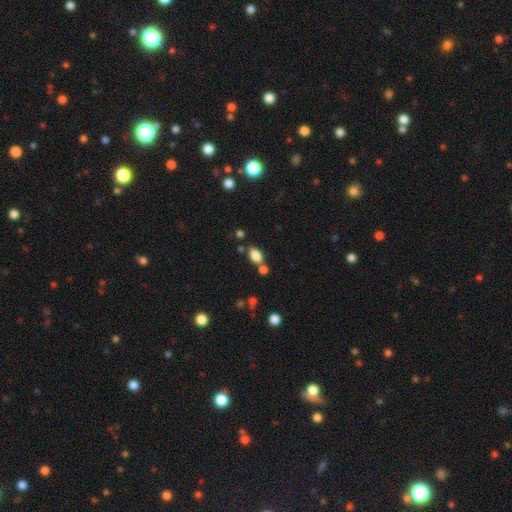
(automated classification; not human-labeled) Morphology: type=smooth (82%); roundness=in between (88%); merging=none (60%).